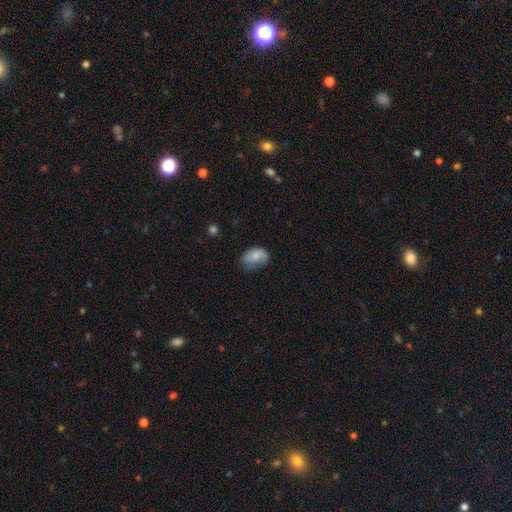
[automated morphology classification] A smooth galaxy with no disk features (69%) that is in between round and cigar-shaped (84%).

Vote fractions:
- Smooth or featured? smooth: 69% / featured or disk: 23% / star or artifact: 8%
- How rounded? in between: 84% / round: 15% / cigar-shaped: 1%
- Merging? none: 50% / minor disturbance: 33% / major disturbance: 15% / merger: 2%